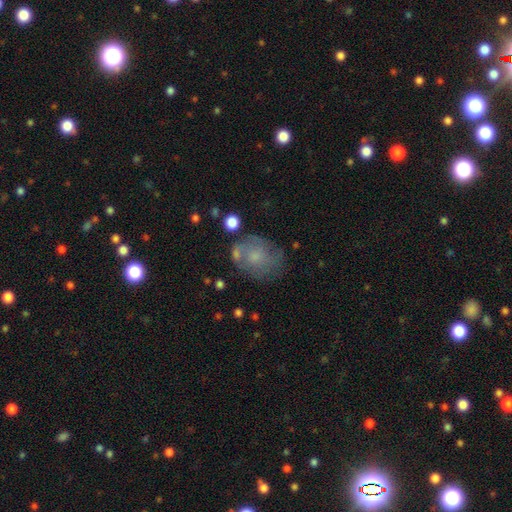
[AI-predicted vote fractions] Overall: smooth (56%; featured or disk 34%). How rounded: in between (50%; round 49%). Merging: none (53%; minor disturbance 24%).